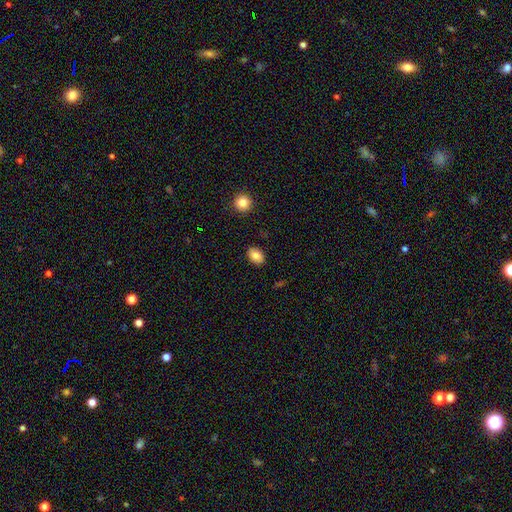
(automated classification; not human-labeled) A smooth galaxy with no disk features (84%) that is in between round and cigar-shaped (76%).

Vote fractions:
- Smooth or featured? smooth: 84% / star or artifact: 9% / featured or disk: 7%
- How rounded? in between: 76% / round: 23% / cigar-shaped: 1%
- Merging? none: 88% / minor disturbance: 8% / major disturbance: 2% / merger: 1%